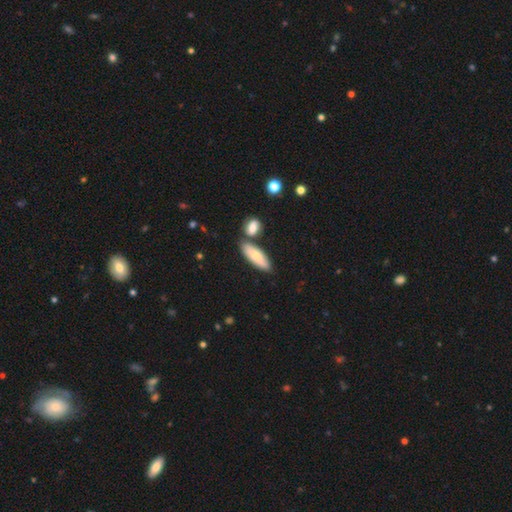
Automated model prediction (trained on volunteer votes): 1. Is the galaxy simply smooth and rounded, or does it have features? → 75% smooth, 19% featured or disk, 6% star or artifact.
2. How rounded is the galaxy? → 59% in between, 38% cigar-shaped, 2% round.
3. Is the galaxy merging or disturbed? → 68% none, 17% merger, 12% minor disturbance, 3% major disturbance.